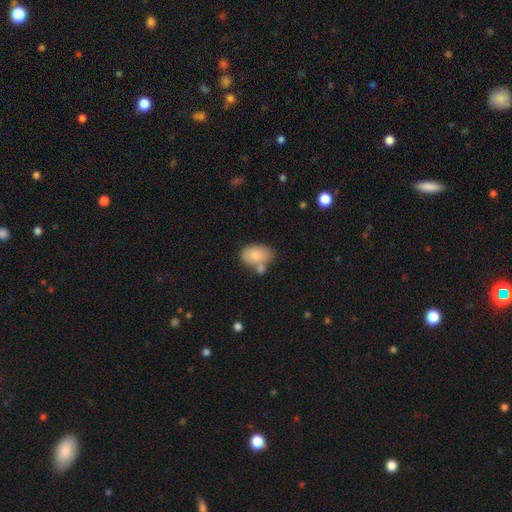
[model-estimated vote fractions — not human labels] The model was most divided on "merging": none: 47%, merger: 27%, minor disturbance: 20%, major disturbance: 6%. More confident: how rounded — in between (87%); smooth or featured — smooth (82%).